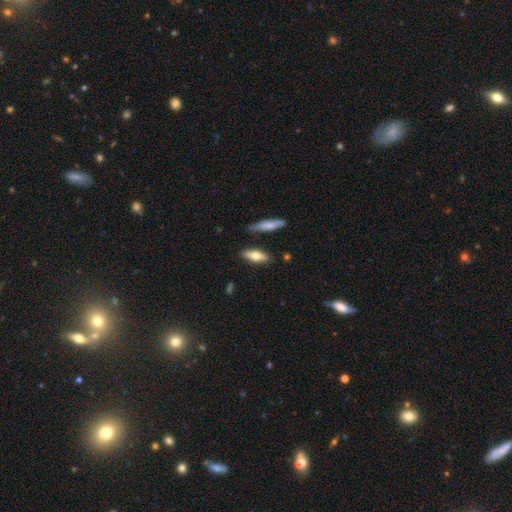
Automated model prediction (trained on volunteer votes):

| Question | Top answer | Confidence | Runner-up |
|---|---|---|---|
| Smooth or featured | smooth | 60% | featured or disk (33%) |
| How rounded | in between | 51% | cigar-shaped (46%) |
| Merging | none | 83% | minor disturbance (11%) |